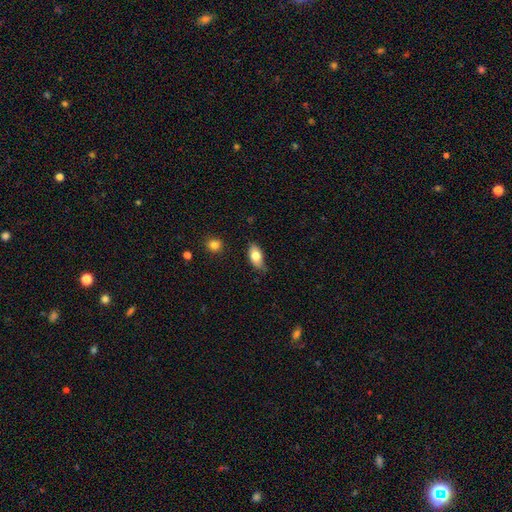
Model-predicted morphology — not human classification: This appears to be a smooth galaxy with no disk features (77%) that is in between round and cigar-shaped (89%). Merging: none (73%).